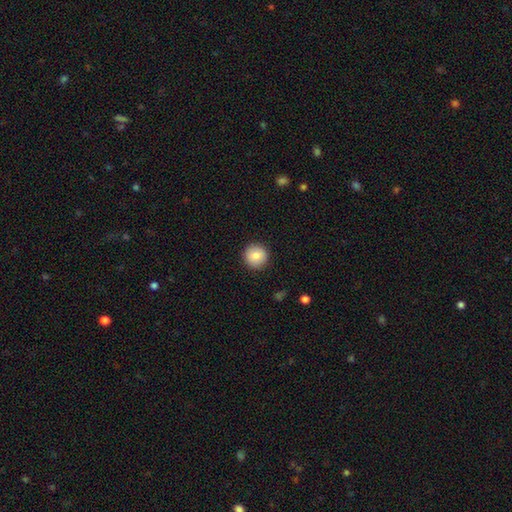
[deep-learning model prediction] A smooth galaxy with no disk features (83%) that is round (95%). Merging: none (91%).